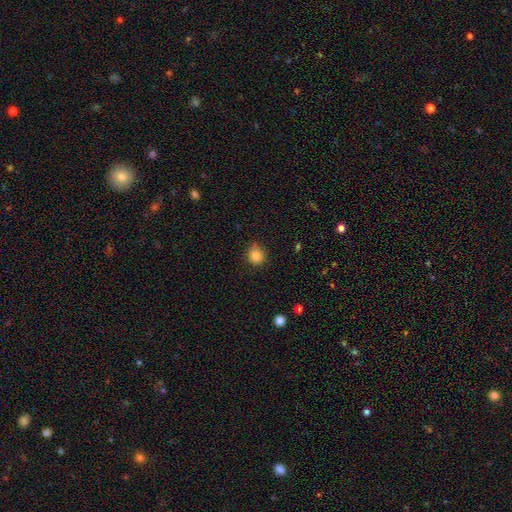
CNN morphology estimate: This is clearly a smooth galaxy (84%). How rounded: clearly round (84%). Merging: likely none (76%).